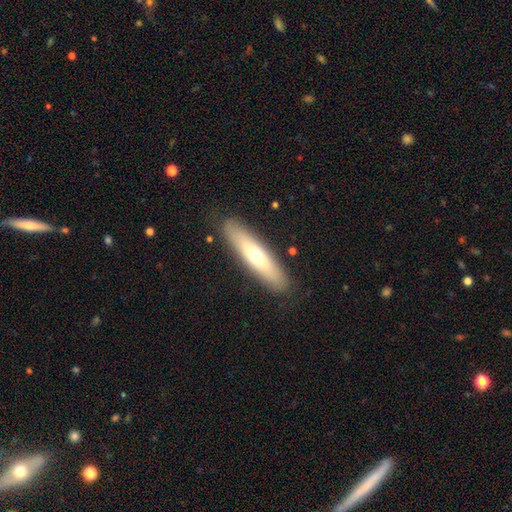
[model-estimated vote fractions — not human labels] The model was most divided on "smooth or featured": smooth: 54%, featured or disk: 39%, star or artifact: 6%. More confident: merging — none (87%); how rounded — cigar-shaped (72%).